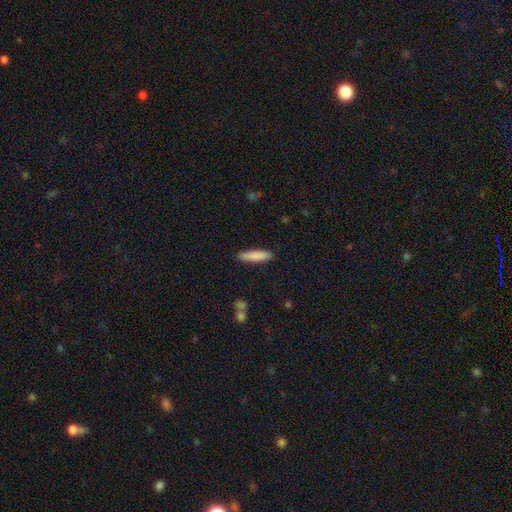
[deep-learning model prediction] Smooth or featured? Predicted: smooth (p=0.85). How rounded? Predicted: cigar-shaped (p=0.78). Merging? Predicted: none (p=0.88).